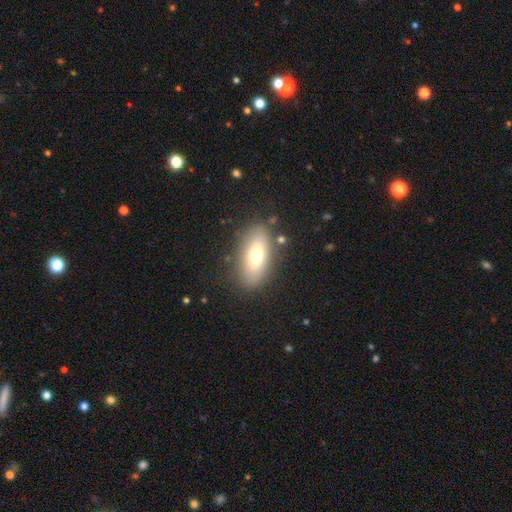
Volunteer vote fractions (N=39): Smooth or featured: smooth — 69% (featured or disk — 23%)
How rounded: in between — 67% (cigar-shaped — 33%)
Merging: none — 86% (minor disturbance — 11%)